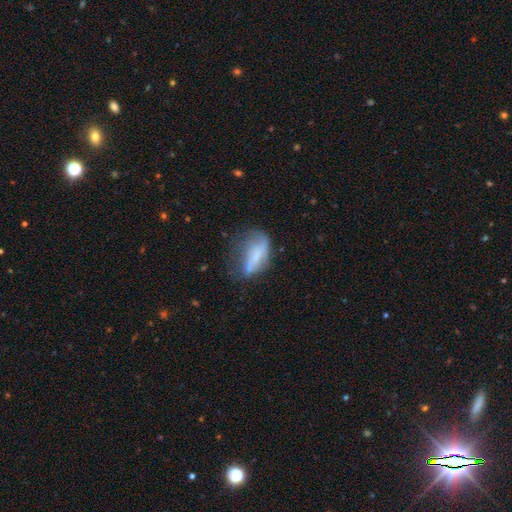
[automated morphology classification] smooth_or_featured: smooth (p=0.52) [alt: featured or disk p=0.38]
how_rounded: in between (p=0.77) [alt: cigar-shaped p=0.15]
merging: major disturbance (p=0.33) [alt: minor disturbance p=0.30]